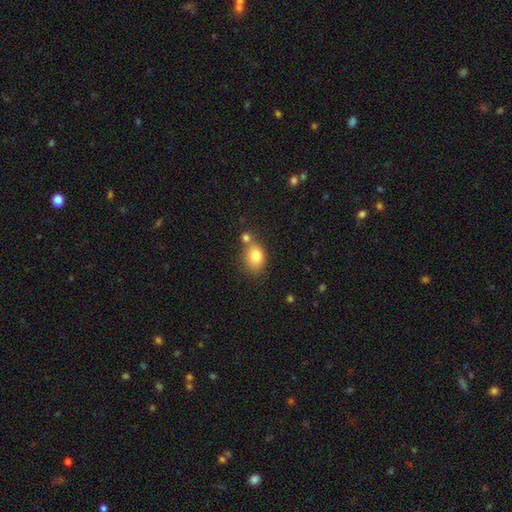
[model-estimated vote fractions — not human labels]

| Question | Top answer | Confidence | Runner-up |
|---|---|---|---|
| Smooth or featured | smooth | 81% | star or artifact (9%) |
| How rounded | in between | 64% | round (35%) |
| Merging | none | 52% | merger (30%) |